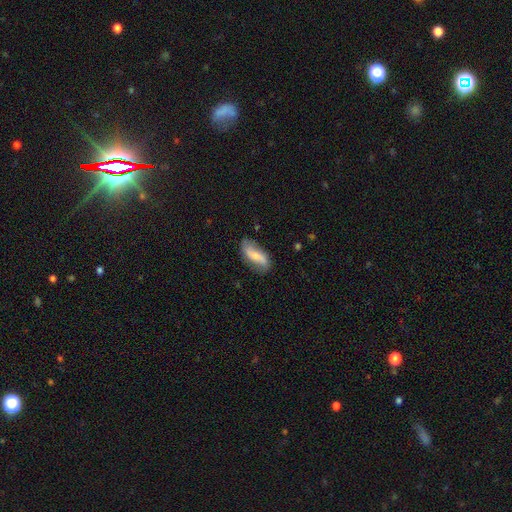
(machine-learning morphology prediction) This appears to be a featured or disk galaxy (50%). Merging: none (71%).